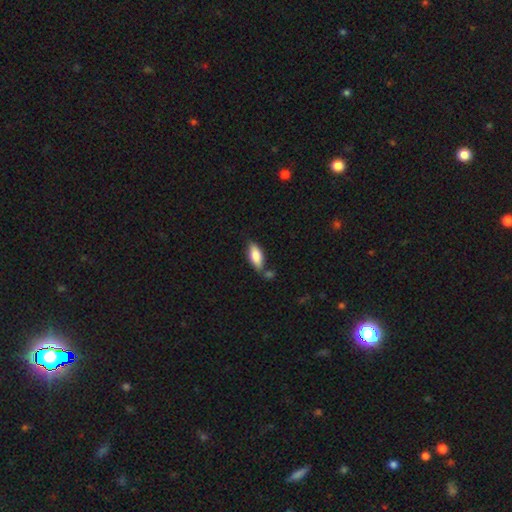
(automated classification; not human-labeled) Morphology: type=smooth (82%); roundness=in between (80%); merging=none (61%).